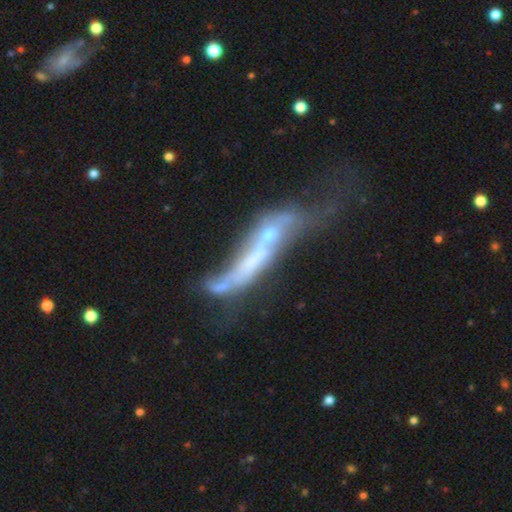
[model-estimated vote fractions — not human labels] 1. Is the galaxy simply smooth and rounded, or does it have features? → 64% featured or disk, 25% smooth, 12% star or artifact.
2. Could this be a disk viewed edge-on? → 64% no, 36% yes.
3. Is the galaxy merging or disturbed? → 41% merger, 32% major disturbance, 16% none, 11% minor disturbance.